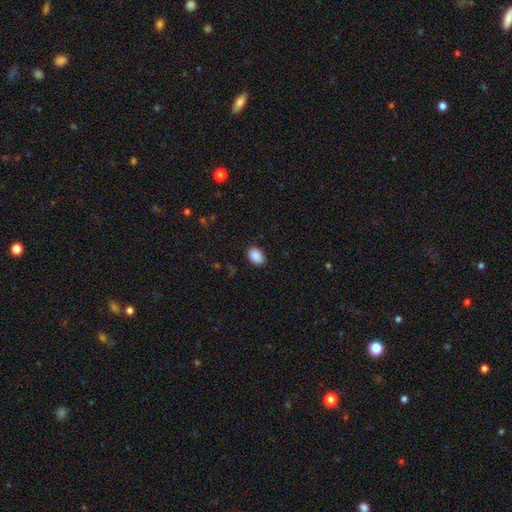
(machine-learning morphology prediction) Smooth or featured: smooth — 90% (star or artifact — 7%)
How rounded: in between — 85% (round — 14%)
Merging: none — 86% (minor disturbance — 10%)